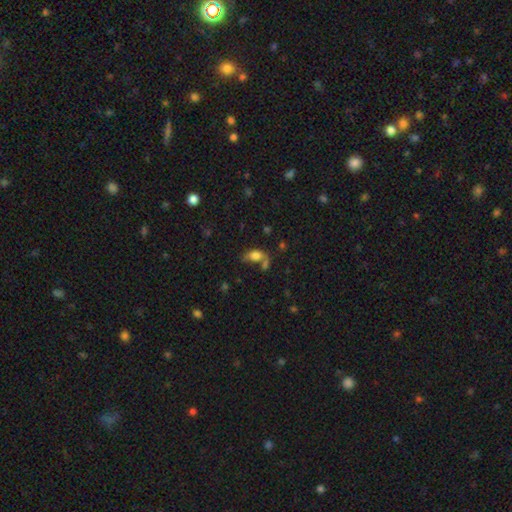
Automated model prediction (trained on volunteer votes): This is likely a smooth galaxy (76%). How rounded: clearly in between (86%). Merging: marginally none (34%).